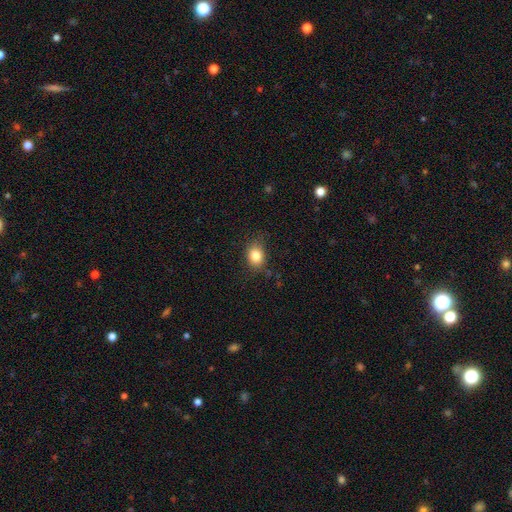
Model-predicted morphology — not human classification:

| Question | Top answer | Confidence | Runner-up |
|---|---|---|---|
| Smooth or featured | smooth | 82% | star or artifact (10%) |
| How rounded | in between | 53% | round (46%) |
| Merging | none | 77% | minor disturbance (17%) |